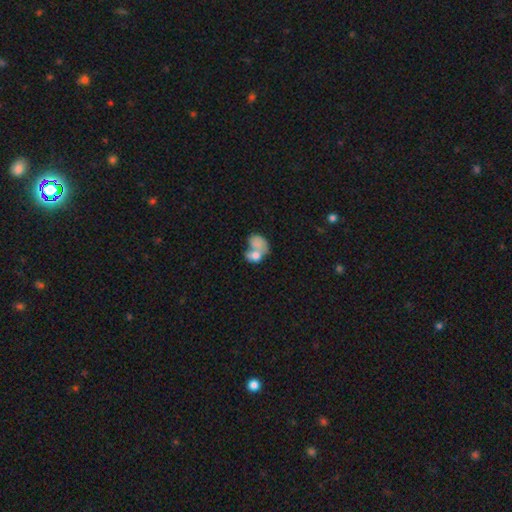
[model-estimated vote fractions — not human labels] Overall: smooth (67%). How rounded: in between (65%; round 34%). Merging: merger (65%).